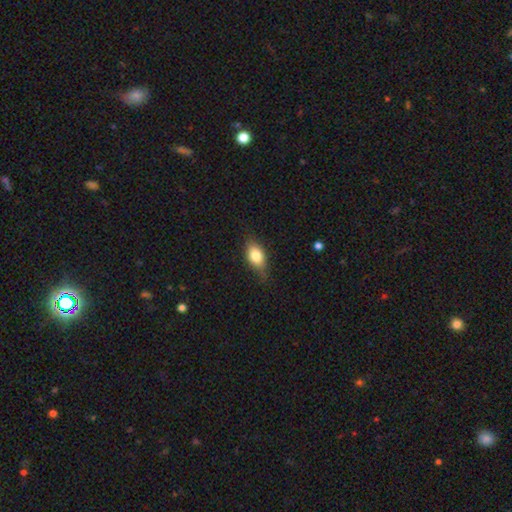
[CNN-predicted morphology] Smooth or featured? smooth (78%)
How rounded? in between (83%)
Merging? none (72%)